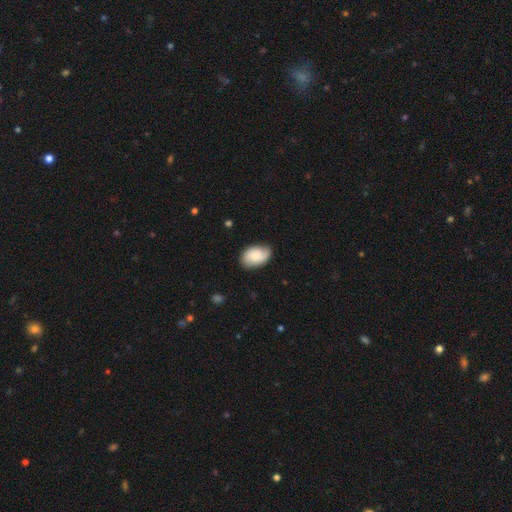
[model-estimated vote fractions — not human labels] Smooth or featured? Predicted: smooth (p=0.69). How rounded? Predicted: in between (p=0.87). Merging? Predicted: none (p=0.75).